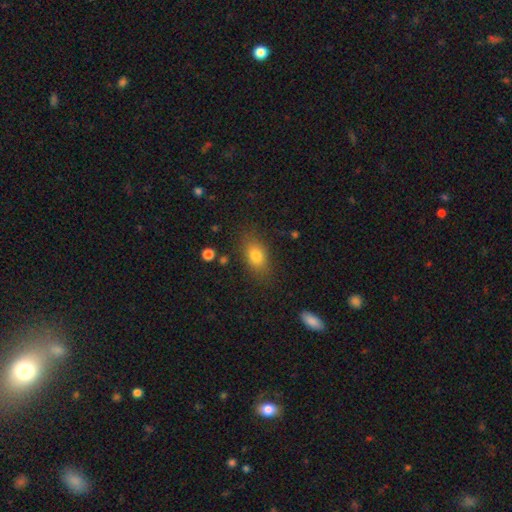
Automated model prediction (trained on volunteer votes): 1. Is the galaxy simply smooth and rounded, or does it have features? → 80% smooth, 11% featured or disk, 10% star or artifact.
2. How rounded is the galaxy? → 82% in between, 14% round, 4% cigar-shaped.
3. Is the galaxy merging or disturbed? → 80% none, 13% minor disturbance, 5% major disturbance, 2% merger.